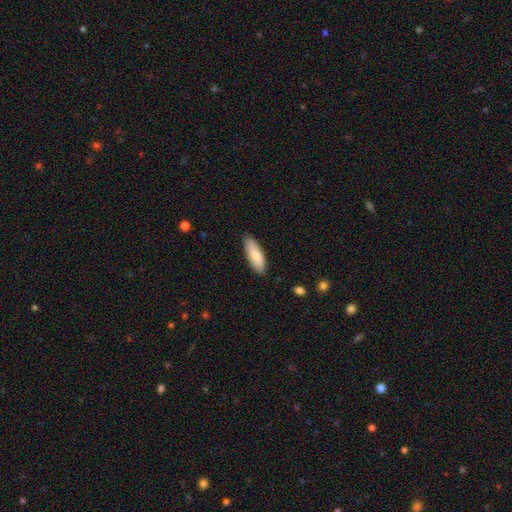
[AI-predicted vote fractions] A smooth galaxy with no disk features (80%) that is in between round and cigar-shaped (68%).

Vote fractions:
- Smooth or featured? smooth: 80% / featured or disk: 14% / star or artifact: 5%
- How rounded? in between: 68% / cigar-shaped: 30% / round: 2%
- Merging? none: 85% / minor disturbance: 12% / major disturbance: 2% / merger: 1%